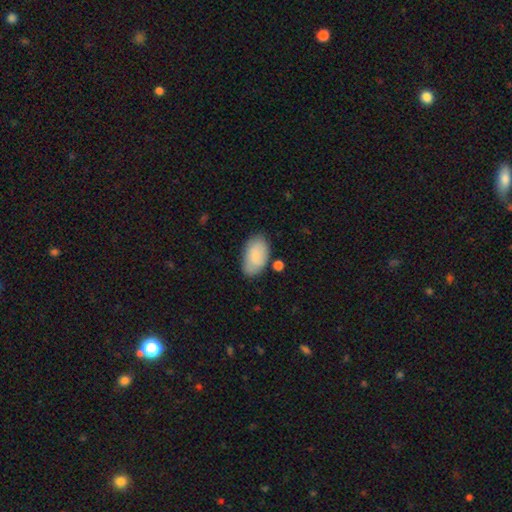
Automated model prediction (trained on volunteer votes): smooth-or-featured: smooth: 81% | featured or disk: 13% | star or artifact: 6%
  how-rounded: in between: 95% | round: 4% | cigar-shaped: 2%
  merging: none: 75% | minor disturbance: 17% | merger: 5% | major disturbance: 4%